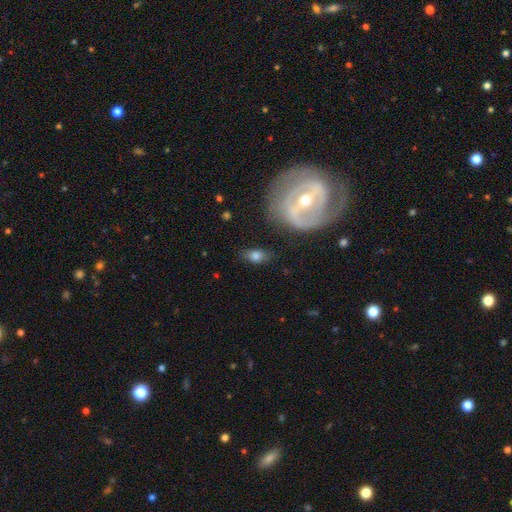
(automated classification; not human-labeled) Smooth or featured?
  - smooth: 69% *
  - featured or disk: 21%
  - star or artifact: 10%
How rounded?
  - in between: 82% *
  - round: 14%
  - cigar-shaped: 4%
Merging?
  - none: 70% *
  - minor disturbance: 18%
  - major disturbance: 7%
  - merger: 4%